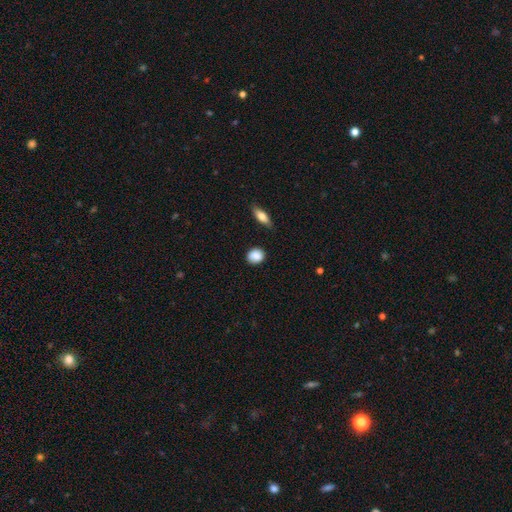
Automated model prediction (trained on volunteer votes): This is clearly a smooth galaxy (88%). How rounded: likely round (67%). Merging: clearly none (85%).